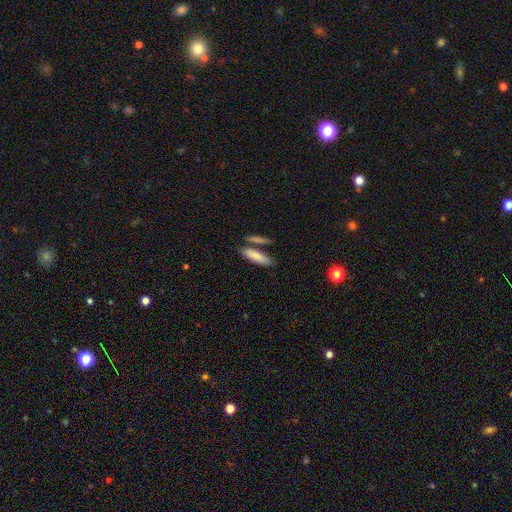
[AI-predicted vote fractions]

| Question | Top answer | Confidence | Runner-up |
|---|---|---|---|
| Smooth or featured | smooth | 82% | featured or disk (12%) |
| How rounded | cigar-shaped | 62% | in between (36%) |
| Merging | none | 65% | merger (20%) |